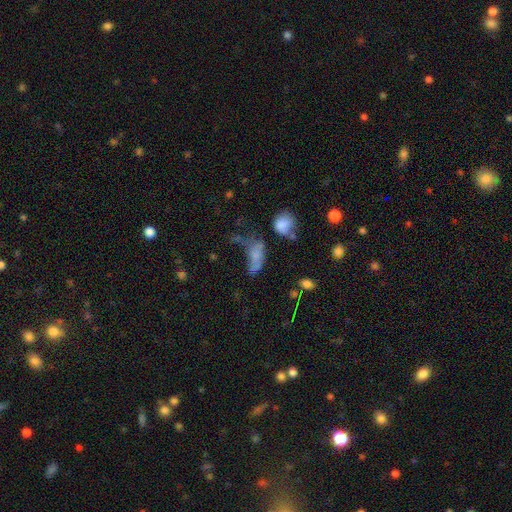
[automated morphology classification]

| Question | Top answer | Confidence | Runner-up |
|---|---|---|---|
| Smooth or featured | smooth | 60% | featured or disk (23%) |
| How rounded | in between | 75% | cigar-shaped (14%) |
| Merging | major disturbance | 33% | none (24%) |